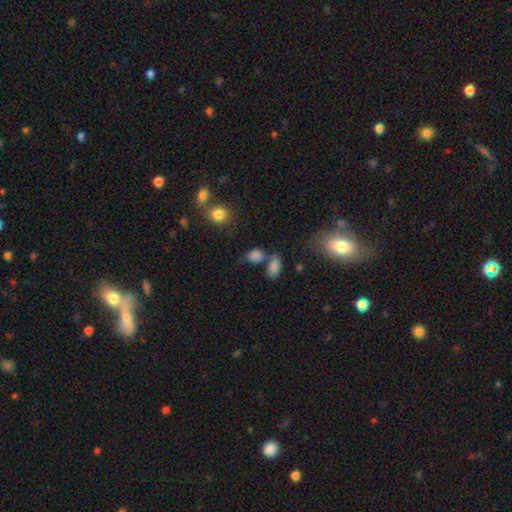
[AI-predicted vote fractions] Overall: smooth (83%). How rounded: in between (75%). Merging: none (49%; merger 27%).